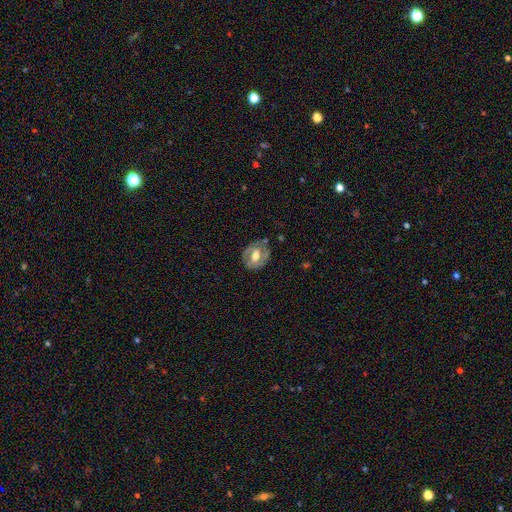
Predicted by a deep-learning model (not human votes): Smooth or featured: featured or disk — 62% (smooth — 32%)
Edge-on disk: no — 95% (yes — 5%)
Bar: no — 42% (weak — 39%)
Spiral arms: yes — 58% (no — 42%)
Bulge size: moderate — 60% (large — 27%)
Merging: none — 70% (minor disturbance — 20%)